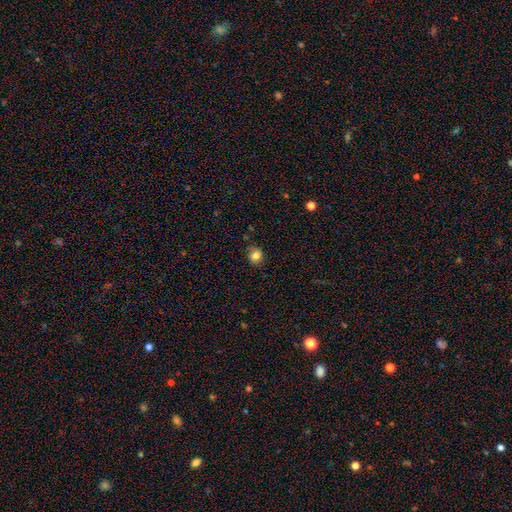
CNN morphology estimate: A smooth galaxy with no disk features (83%) that is round (79%).

Vote fractions:
- Smooth or featured? smooth: 83% / star or artifact: 11% / featured or disk: 7%
- How rounded? round: 79% / in between: 20% / cigar-shaped: 1%
- Merging? none: 82% / minor disturbance: 14% / major disturbance: 3% / merger: 2%